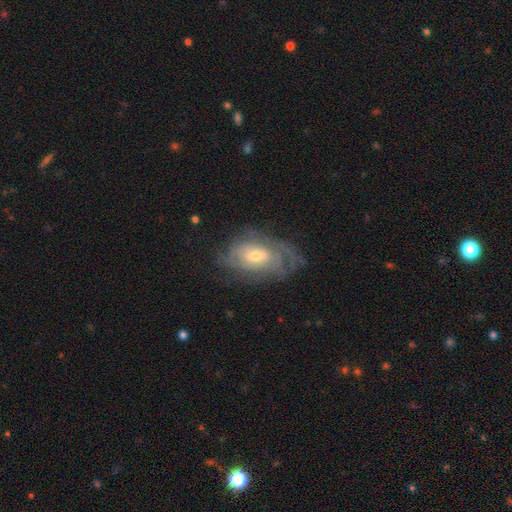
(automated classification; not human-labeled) Smooth or featured?
  - featured or disk: 73% *
  - smooth: 20%
  - star or artifact: 7%
Edge-on disk?
  - no: 93% *
  - yes: 7%
Bar?
  - no: 50% *
  - weak: 41%
  - strong: 8%
Spiral arms?
  - yes: 83% *
  - no: 17%
Spiral winding?
  - tight: 61% *
  - medium: 29%
  - loose: 10%
Spiral arm count?
  - can't tell: 59% *
  - 2: 15%
  - 3: 10%
  - 4: 7%
  - 1: 5%
  - more than 4: 4%
Bulge size?
  - moderate: 53% *
  - small: 38%
  - large: 6%
  - none: 2%
  - dominant: 1%
Merging?
  - none: 61% *
  - minor disturbance: 23%
  - major disturbance: 15%
  - merger: 2%